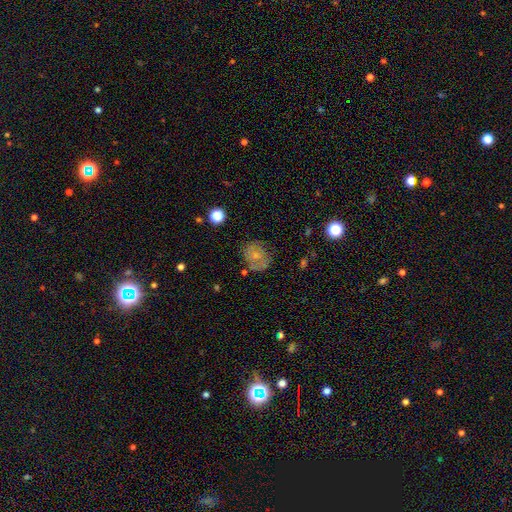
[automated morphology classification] Q: Smooth or featured?
A: smooth (48%); runner-up: featured or disk (41%)
Q: Merging?
A: none (63%); runner-up: minor disturbance (23%)